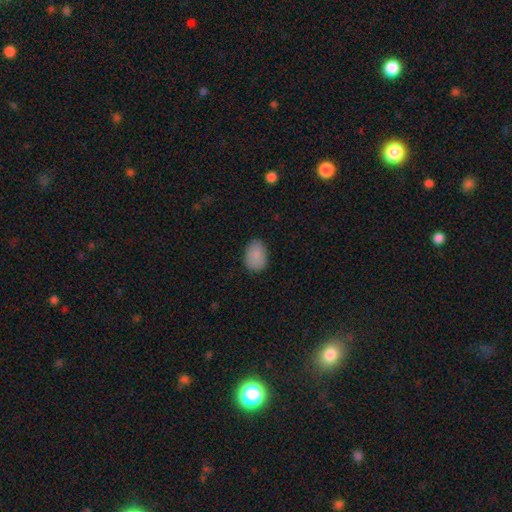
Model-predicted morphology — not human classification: The model was most divided on "how rounded": in between: 77%, round: 22%, cigar-shaped: 1%. More confident: smooth or featured — smooth (88%); merging — none (84%).